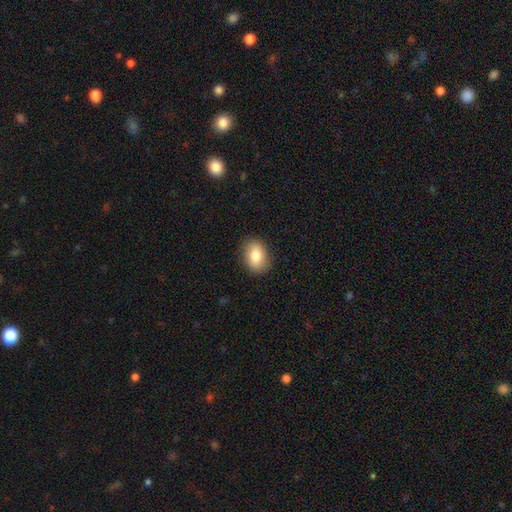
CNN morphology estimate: Overall: smooth (82%). How rounded: in between (81%). Merging: none (86%).